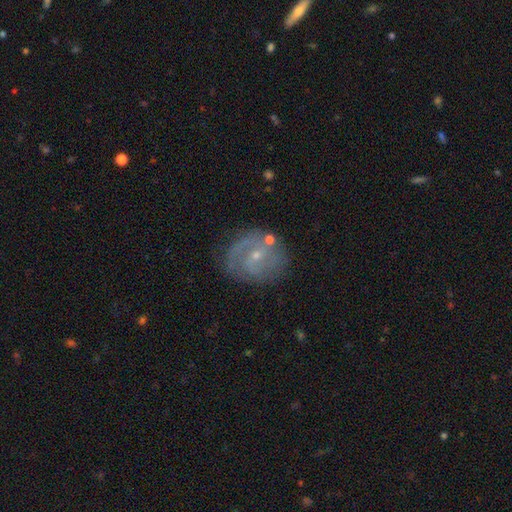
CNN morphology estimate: Overall: featured or disk (76%). Edge-on disk: no (97%). Bar: no (48%; weak 43%). Spiral arms: yes (87%). Spiral arm count: 2 (50%; can't tell 25%). Spiral winding: tight (41%, tied with medium). Bulge size: small (76%). Merging: none (70%).